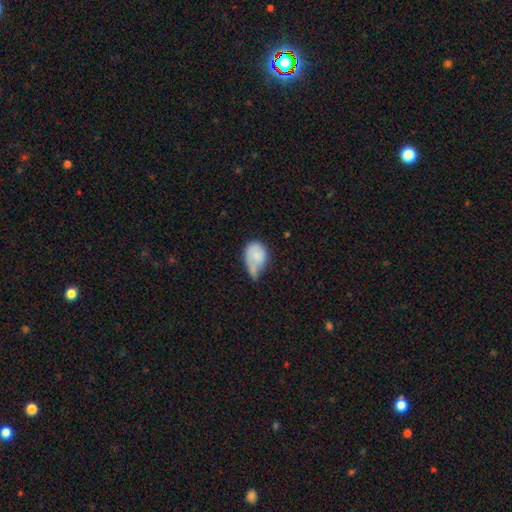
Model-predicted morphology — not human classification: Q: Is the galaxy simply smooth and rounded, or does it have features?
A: smooth — 71%.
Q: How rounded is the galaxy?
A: in between — 68%.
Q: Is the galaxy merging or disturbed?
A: minor disturbance — 36%.